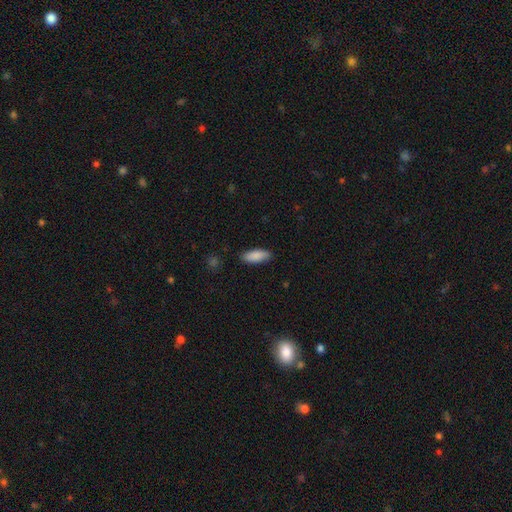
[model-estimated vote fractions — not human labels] Overall: smooth (88%). How rounded: in between (77%). Merging: none (86%).